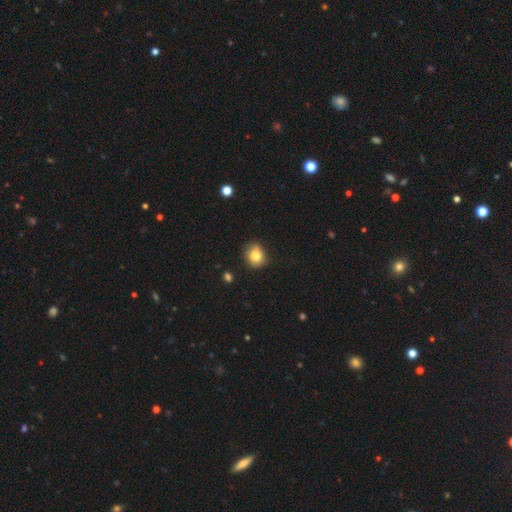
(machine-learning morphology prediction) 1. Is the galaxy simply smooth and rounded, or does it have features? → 81% smooth, 10% star or artifact, 9% featured or disk.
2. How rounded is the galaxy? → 67% round, 32% in between, 1% cigar-shaped.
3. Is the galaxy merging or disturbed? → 73% none, 21% minor disturbance, 4% major disturbance, 2% merger.